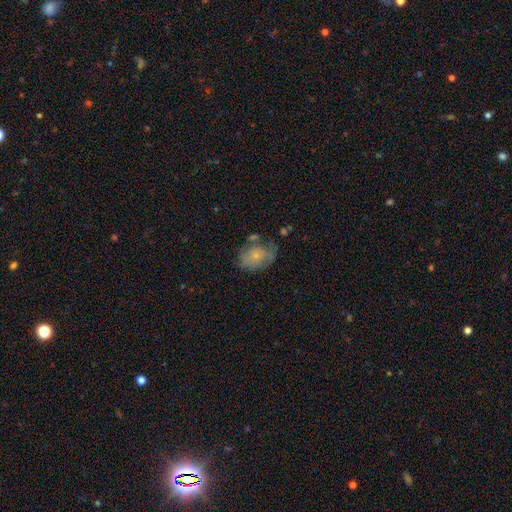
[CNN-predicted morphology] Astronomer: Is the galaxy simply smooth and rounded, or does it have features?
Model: smooth — 59%.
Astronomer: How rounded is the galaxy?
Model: in between — 63%.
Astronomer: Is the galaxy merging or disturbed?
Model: none — 46% (runner-up: minor disturbance, 30%).